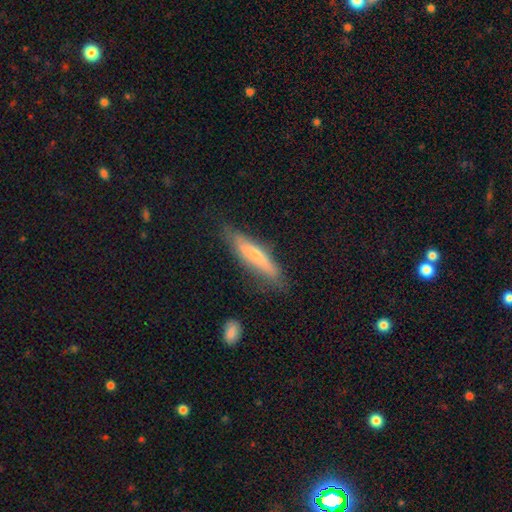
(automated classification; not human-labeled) Q: Smooth or featured?
A: smooth (59%); runner-up: featured or disk (35%)
Q: How rounded?
A: cigar-shaped (85%); runner-up: in between (13%)
Q: Merging?
A: none (72%); runner-up: minor disturbance (20%)